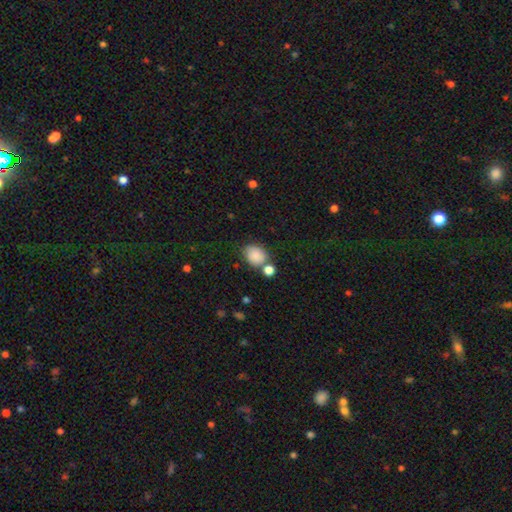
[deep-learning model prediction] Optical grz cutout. It shows a smooth galaxy with no disk features (86%) that is in between round and cigar-shaped (51%). Merging: none (63%).